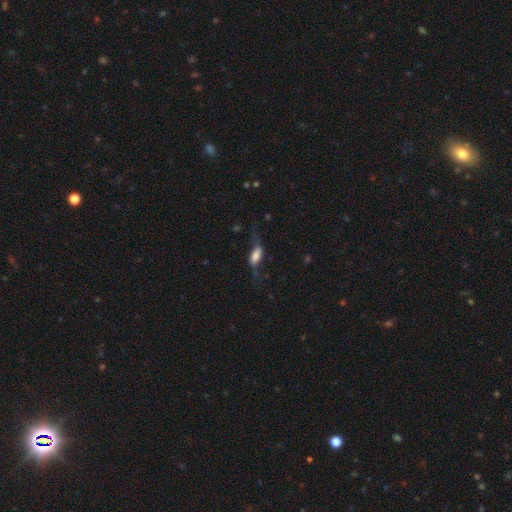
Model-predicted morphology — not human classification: Q: Smooth or featured?
A: smooth (64%); runner-up: featured or disk (27%)
Q: How rounded?
A: in between (76%); runner-up: cigar-shaped (20%)
Q: Merging?
A: none (43%); runner-up: major disturbance (29%)